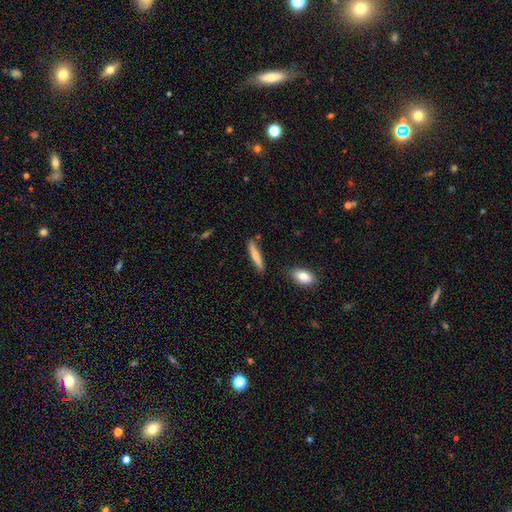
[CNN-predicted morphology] This is likely a smooth galaxy (64%). How rounded: clearly cigar-shaped (85%). Merging: likely none (79%).